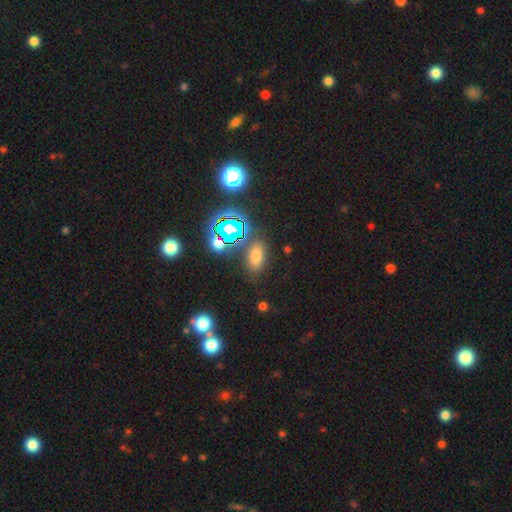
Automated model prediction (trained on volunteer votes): Smooth or featured: smooth — 59% (star or artifact — 32%)
How rounded: in between — 84% (round — 11%)
Merging: none — 80% (minor disturbance — 11%)